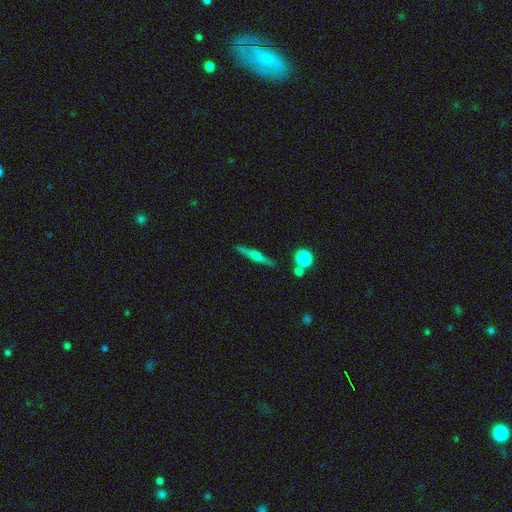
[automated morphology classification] Overall: featured or disk (60%; smooth 32%). Edge-on disk: yes (97%). Edge-on bulge: rounded (71%). Merging: none (87%).